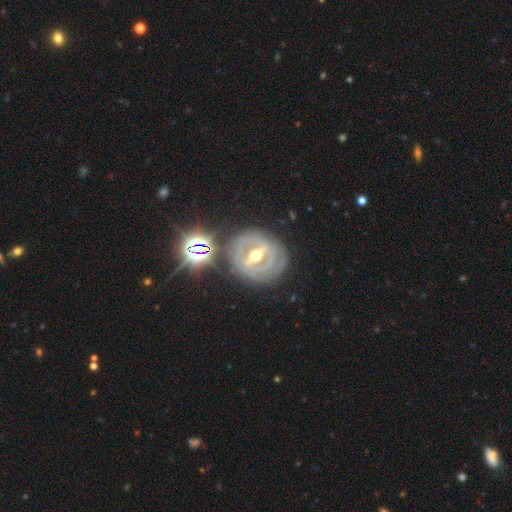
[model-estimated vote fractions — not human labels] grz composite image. It shows a featured or disk galaxy (84%) with a strong bar (69%), 2 (41%) tight (68%) spiral arms (85%) and a moderate central bulge (75%). Merging: none (77%).